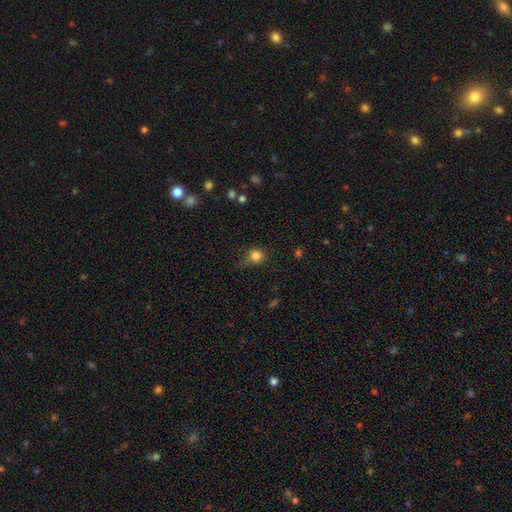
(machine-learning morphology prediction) A smooth galaxy with no disk features (82%) that is round (87%). Merging: none (62%).